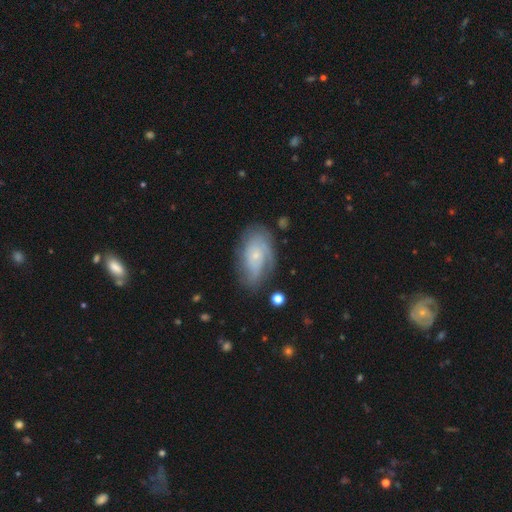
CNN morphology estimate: Smooth or featured: featured or disk — 68% (smooth — 25%)
Edge-on disk: no — 95% (yes — 5%)
Bar: no — 76% (weak — 21%)
Spiral arms: yes — 88% (no — 12%)
Spiral winding: tight — 50% (medium — 35%)
Spiral arm count: can't tell — 38% (2 — 29%)
Bulge size: small — 76% (moderate — 18%)
Merging: none — 66% (minor disturbance — 22%)